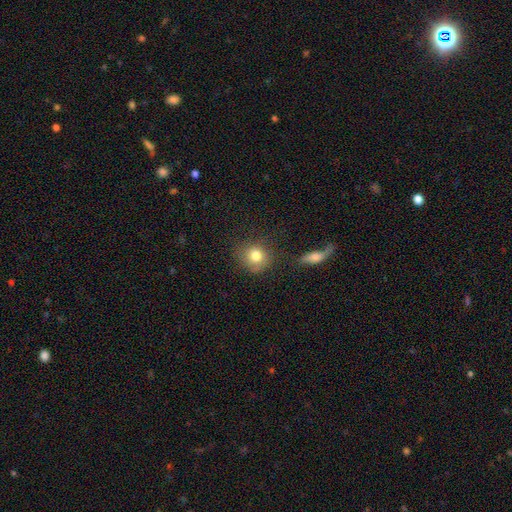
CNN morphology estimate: This appears to be a smooth galaxy with no disk features (81%) that is round (83%). Merging: none (71%).